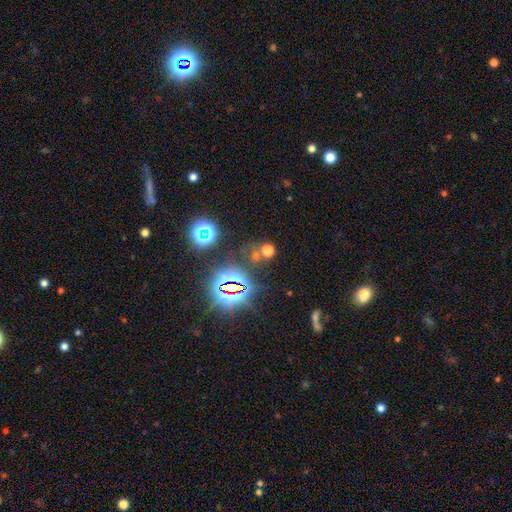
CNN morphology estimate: Overall: star or artifact (66%).